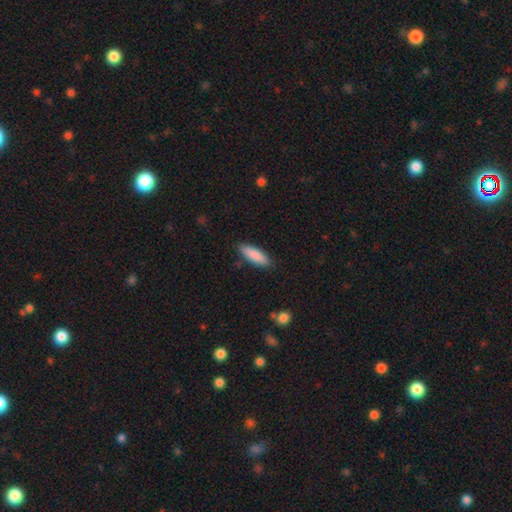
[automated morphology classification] This appears to be a smooth galaxy with no disk features (87%) that is cigar-shaped (50%). Merging: none (85%).